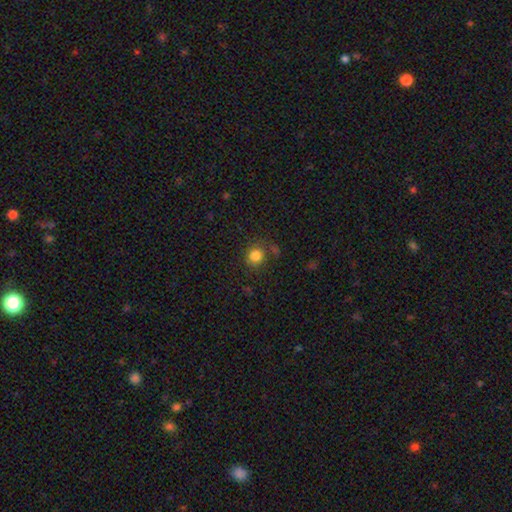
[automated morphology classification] The model was most divided on "merging": none: 74%, minor disturbance: 13%, merger: 7%, major disturbance: 6%. More confident: how rounded — round (84%); smooth or featured — smooth (83%).